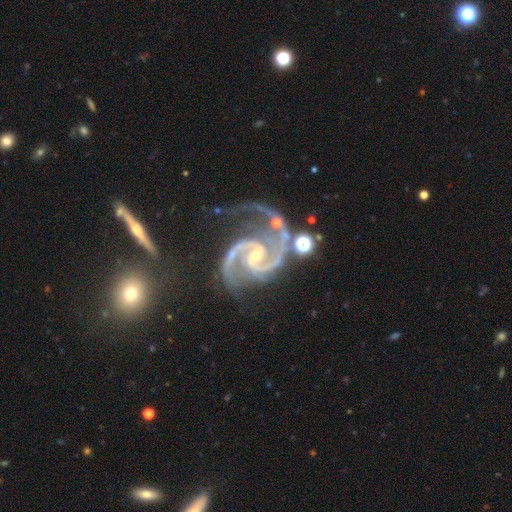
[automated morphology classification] type=featured or disk (94%); edge-on=no (98%); bar=no (43%); spiral arms=yes (99%); winding=medium (63%); arm count=2 (85%); bulge=small (71%); merging=none (49%).